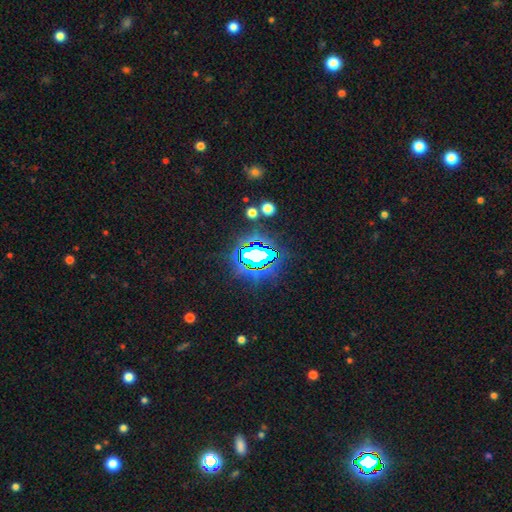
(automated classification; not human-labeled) star or artifact 70%, smooth 16%, featured or disk 13%.